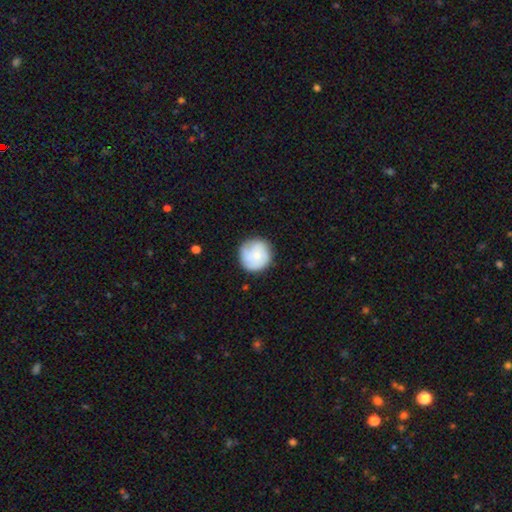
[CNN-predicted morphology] This appears to be a smooth galaxy with no disk features (61%) that is round (93%). Merging: none (80%).